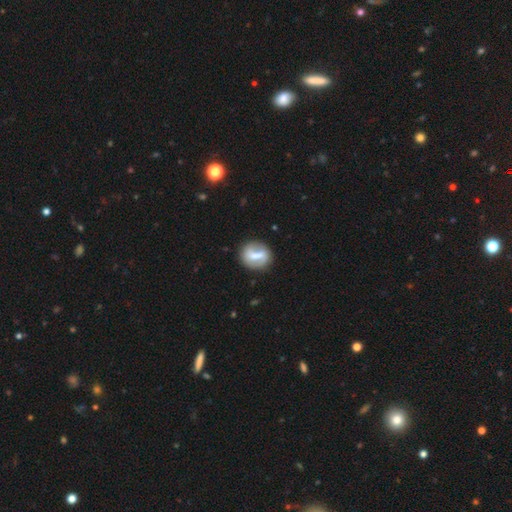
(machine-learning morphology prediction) smooth-or-featured: featured or disk: 49% | smooth: 45% | star or artifact: 7%
  merging: none: 76% | minor disturbance: 15% | major disturbance: 6% | merger: 4%